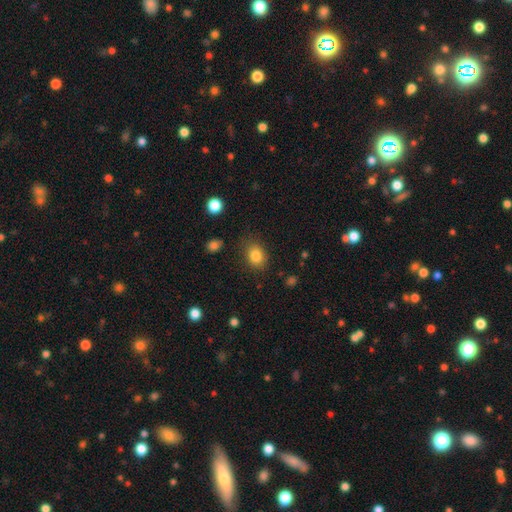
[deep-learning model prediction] smooth-or-featured: smooth: 83% | star or artifact: 10% | featured or disk: 7%
  how-rounded: in between: 59% | round: 40% | cigar-shaped: 1%
  merging: none: 80% | minor disturbance: 13% | major disturbance: 4% | merger: 2%